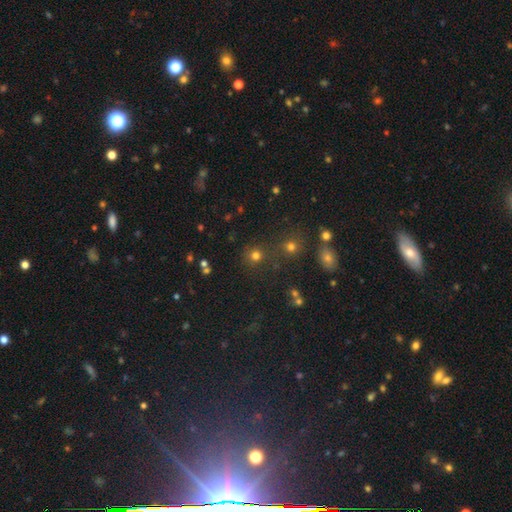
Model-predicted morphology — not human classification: Smooth or featured: smooth — 73% (star or artifact — 21%)
How rounded: round — 92% (in between — 7%)
Merging: none — 79% (merger — 9%)